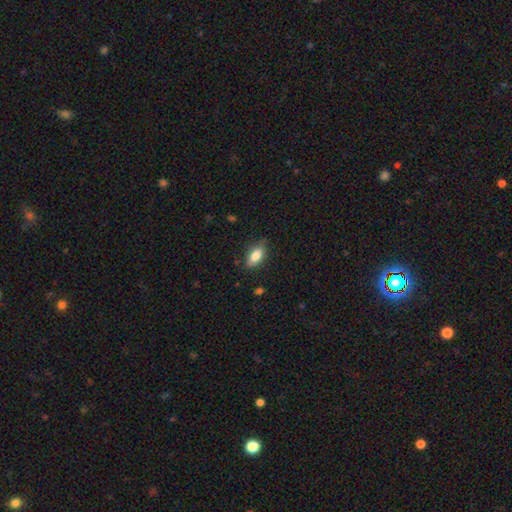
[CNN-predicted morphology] Smooth or featured?
  - smooth: 79% *
  - featured or disk: 13%
  - star or artifact: 8%
How rounded?
  - in between: 84% *
  - cigar-shaped: 11%
  - round: 4%
Merging?
  - none: 79% *
  - minor disturbance: 17%
  - major disturbance: 3%
  - merger: 1%